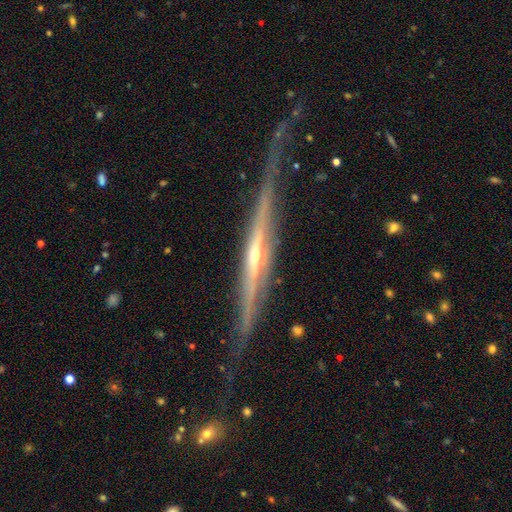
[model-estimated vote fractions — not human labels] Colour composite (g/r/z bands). It shows a featured or disk galaxy (85%) viewed edge-on (97%) with a rounded central bulge (66%). Merging: none (79%).